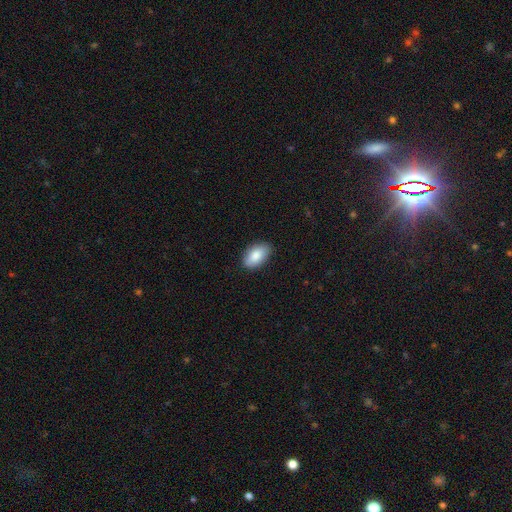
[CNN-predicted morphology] Smooth or featured? Predicted: smooth (p=0.86). How rounded? Predicted: in between (p=0.94). Merging? Predicted: none (p=0.87).